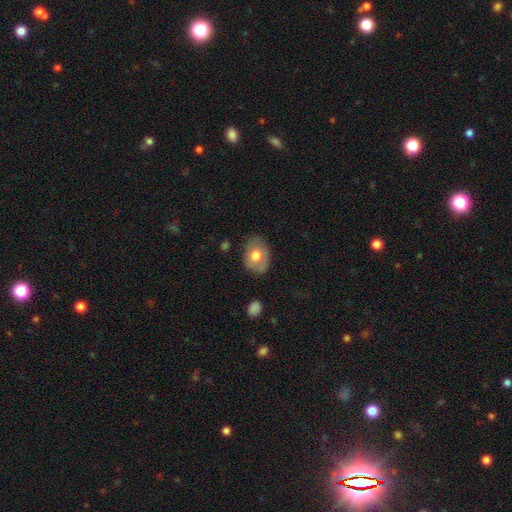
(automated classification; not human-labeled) Overall: smooth (68%). How rounded: in between (67%; round 32%). Merging: none (69%).